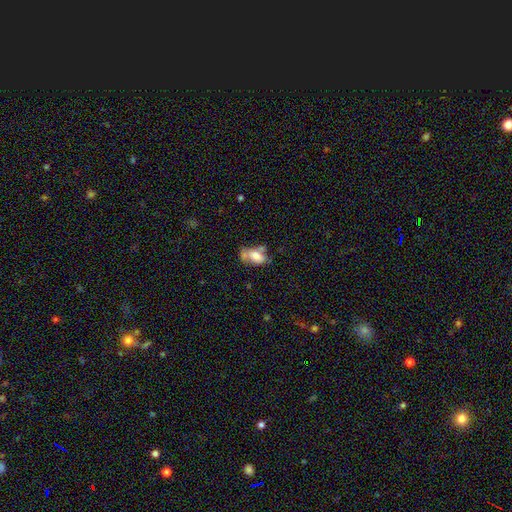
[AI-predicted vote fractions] smooth_or_featured: smooth (p=0.63) [alt: featured or disk p=0.28]
how_rounded: in between (p=0.88) [alt: round p=0.08]
merging: none (p=0.33) [alt: minor disturbance p=0.26]